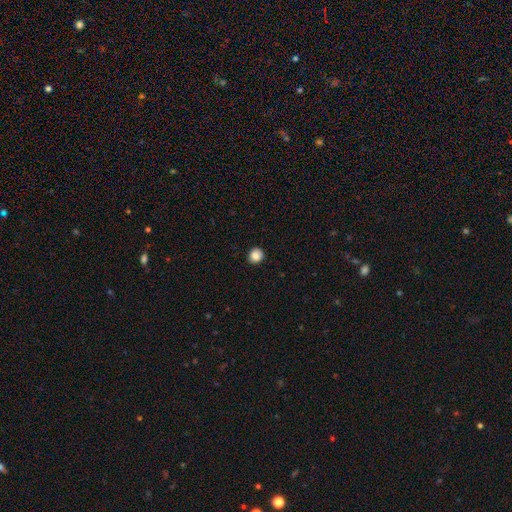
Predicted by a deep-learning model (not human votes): Q: Smooth or featured?
A: smooth (86%); runner-up: star or artifact (9%)
Q: How rounded?
A: round (85%); runner-up: in between (14%)
Q: Merging?
A: none (90%); runner-up: minor disturbance (7%)